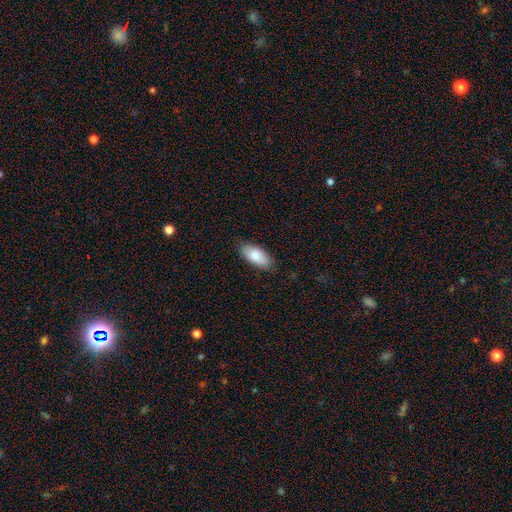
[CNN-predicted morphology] Smooth or featured: smooth — 82% (featured or disk — 12%)
How rounded: in between — 90% (cigar-shaped — 8%)
Merging: none — 84% (minor disturbance — 13%)